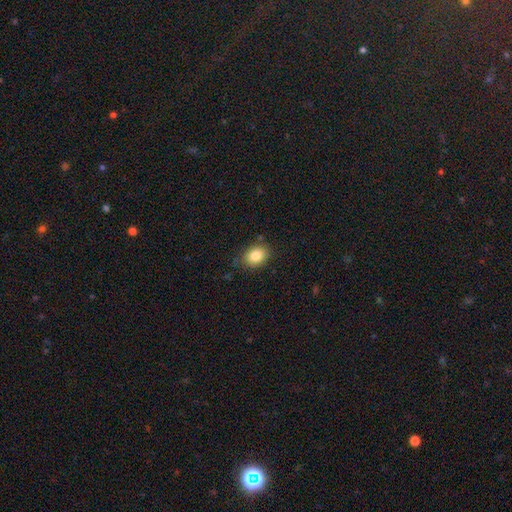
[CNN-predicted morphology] Smooth or featured: smooth — 83% (star or artifact — 9%)
How rounded: in between — 66% (round — 33%)
Merging: none — 82% (minor disturbance — 13%)